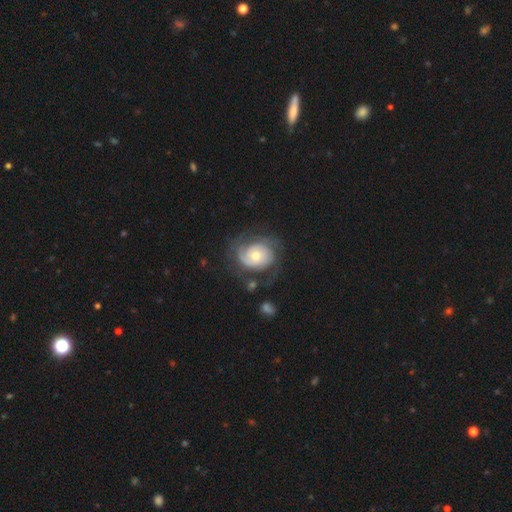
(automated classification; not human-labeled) smooth-or-featured: featured or disk: 75% | smooth: 19% | star or artifact: 6%
  disk-edge-on: no: 97% | yes: 3%
    bar: no: 80% | weak: 17% | strong: 3%
    has-spiral-arms: yes: 89% | no: 11%
      spiral-winding: tight: 59% | medium: 28% | loose: 13%
      spiral-arm-count: 2: 40% | can't tell: 28% | 3: 14% | 1: 11% | 4: 4% | more than 4: 3%
    bulge-size: moderate: 65% | small: 27% | large: 5% | dominant: 1% | none: 1%
  merging: none: 55% | minor disturbance: 21% | major disturbance: 21% | merger: 4%